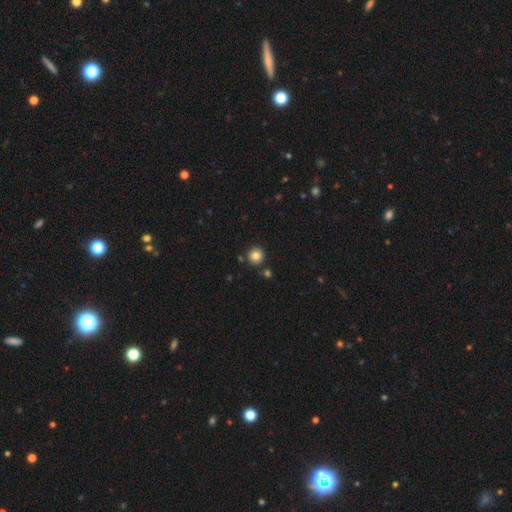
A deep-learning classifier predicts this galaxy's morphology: The model was most divided on "smooth or featured": smooth: 84%, star or artifact: 11%, featured or disk: 5%. More confident: how rounded — round (94%); merging — none (85%).